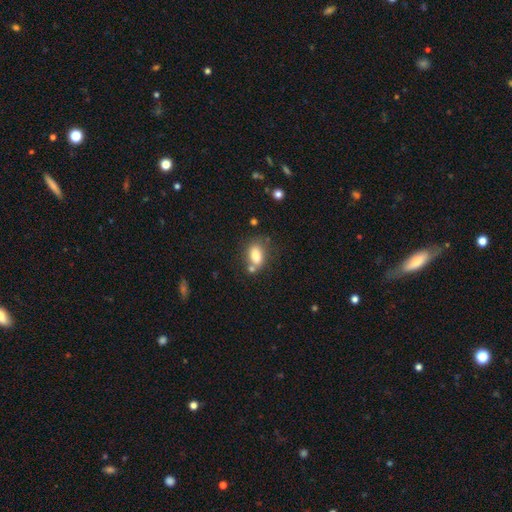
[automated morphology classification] Q: Smooth or featured?
A: smooth (79%); runner-up: featured or disk (12%)
Q: How rounded?
A: in between (84%); runner-up: round (14%)
Q: Merging?
A: none (52%); runner-up: merger (22%)